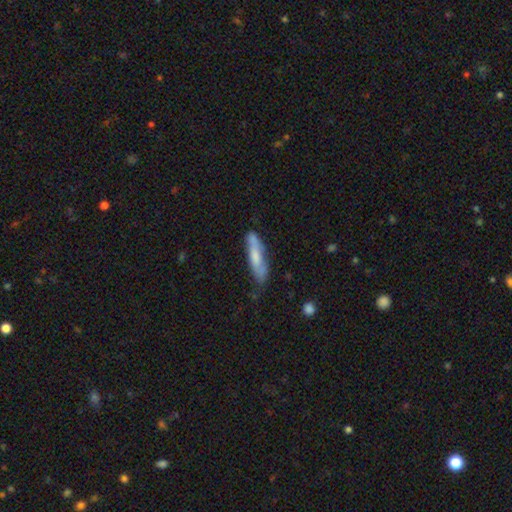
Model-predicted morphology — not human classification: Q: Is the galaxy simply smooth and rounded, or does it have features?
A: smooth — 60%.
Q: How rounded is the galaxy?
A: cigar-shaped — 77%.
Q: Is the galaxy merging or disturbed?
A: none — 62%.